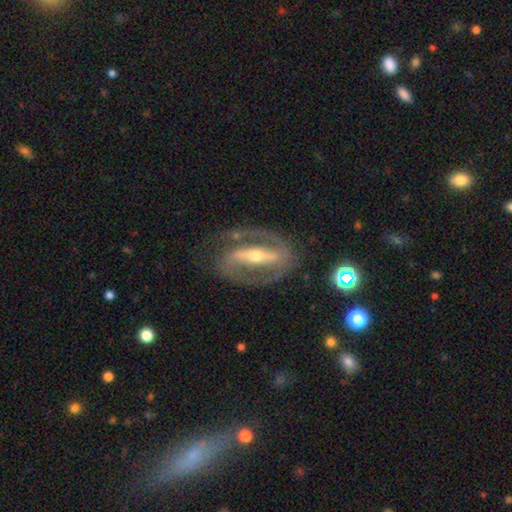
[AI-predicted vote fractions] smooth_or_featured: featured or disk (p=0.88) [alt: smooth p=0.07]
disk_edge_on: no (p=0.89) [alt: yes p=0.11]
bar: strong (p=0.79) [alt: weak p=0.13]
has_spiral_arms: yes (p=0.84) [alt: no p=0.16]
spiral_winding: medium (p=0.47) [alt: tight p=0.38]
spiral_arm_count: 2 (p=0.88) [alt: can't tell p=0.05]
bulge_size: moderate (p=0.52) [alt: small p=0.43]
merging: none (p=0.75) [alt: minor disturbance p=0.13]